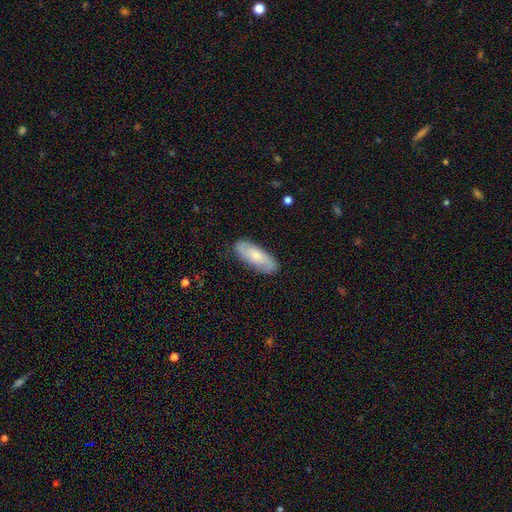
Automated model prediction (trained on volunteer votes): Overall: smooth (62%; featured or disk 32%). How rounded: in between (68%; cigar-shaped 30%). Merging: none (84%).